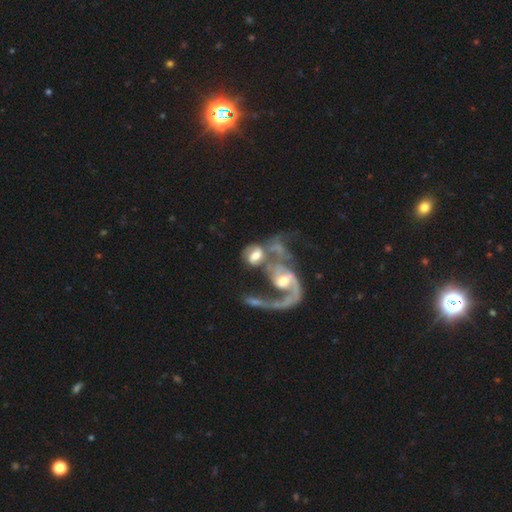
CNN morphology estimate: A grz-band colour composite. It shows a featured or disk galaxy (66%) with no bar (49%), spiral arms (78%) and a moderate central bulge (55%). Merging: merger (66%).